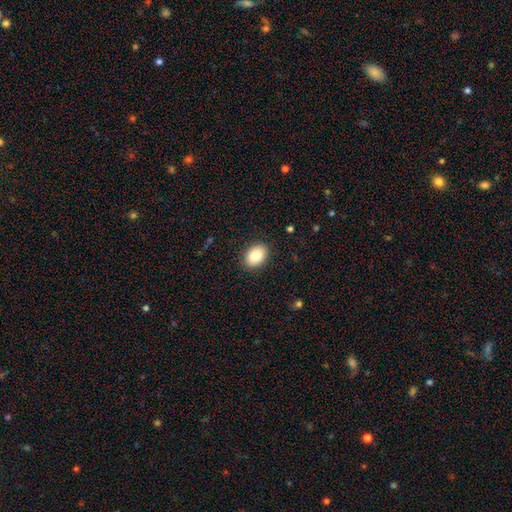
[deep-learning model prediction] A smooth galaxy with no disk features (84%) that is in between round and cigar-shaped (77%).

Vote fractions:
- Smooth or featured? smooth: 84% / featured or disk: 8% / star or artifact: 8%
- How rounded? in between: 77% / round: 22% / cigar-shaped: 1%
- Merging? none: 89% / minor disturbance: 8% / major disturbance: 2% / merger: 1%